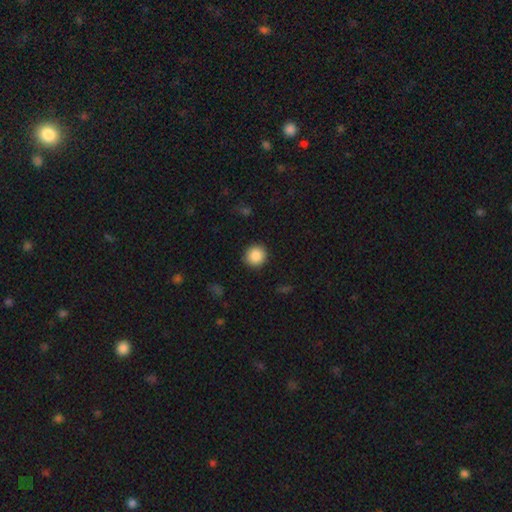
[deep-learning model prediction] Smooth or featured? smooth (88%)
How rounded? round (92%)
Merging? none (91%)